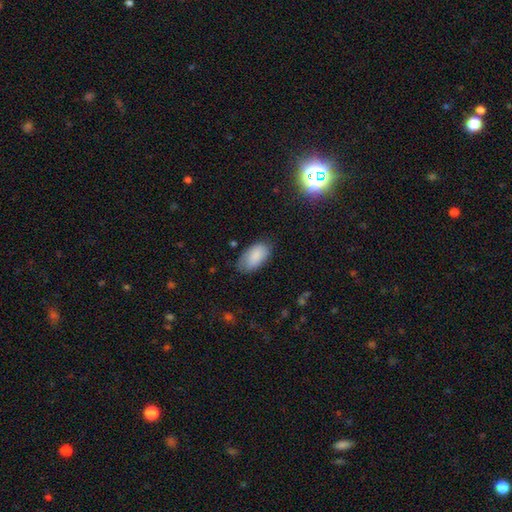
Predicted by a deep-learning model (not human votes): smooth_or_featured: smooth (p=0.87) [alt: featured or disk p=0.07]
how_rounded: in between (p=0.95) [alt: round p=0.03]
merging: none (p=0.73) [alt: minor disturbance p=0.21]